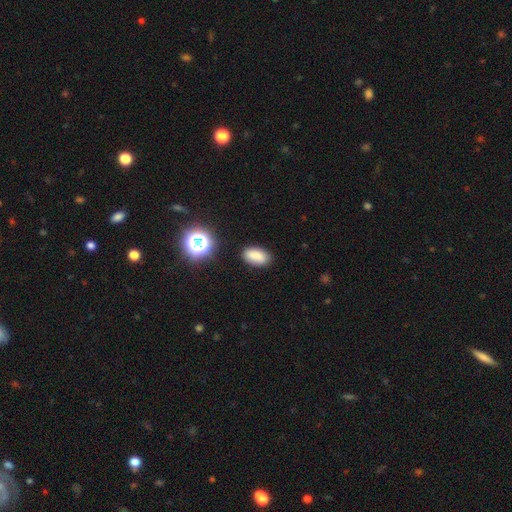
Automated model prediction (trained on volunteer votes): A smooth galaxy with no disk features (82%) that is in between round and cigar-shaped (90%). Merging: none (84%).